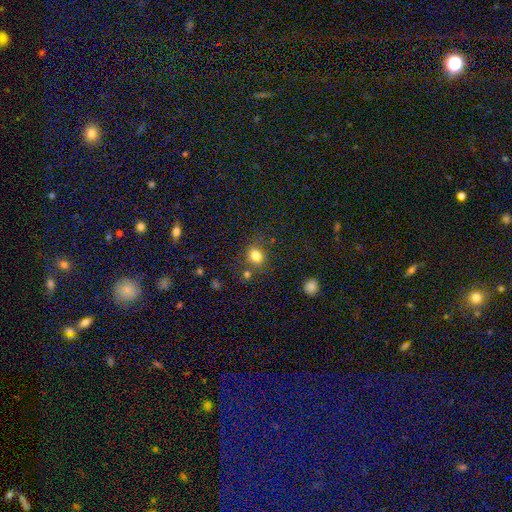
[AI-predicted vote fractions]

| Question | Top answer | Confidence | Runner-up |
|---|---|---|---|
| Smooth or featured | smooth | 80% | star or artifact (13%) |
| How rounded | round | 58% | in between (41%) |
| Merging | none | 72% | minor disturbance (14%) |